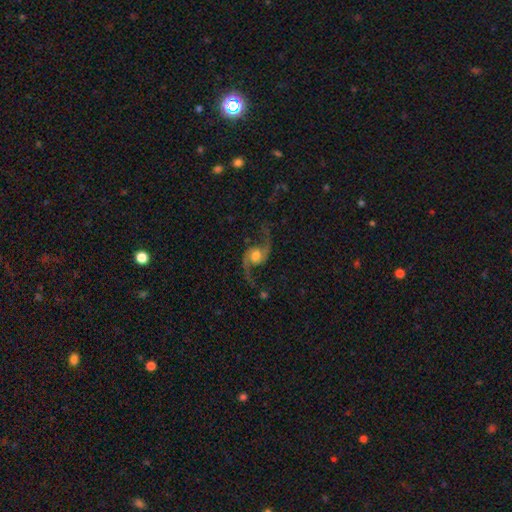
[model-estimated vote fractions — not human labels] This is clearly a featured or disk galaxy (90%). It is clearly not viewed edge-on (97%). Bar: likely no (66%). Spiral arm pattern: clearly yes (98%). Spiral arm count: clearly 2 (95%). Spiral winding: clearly loose (81%). Central bulge: likely moderate (60%). Merging: likely none (76%).